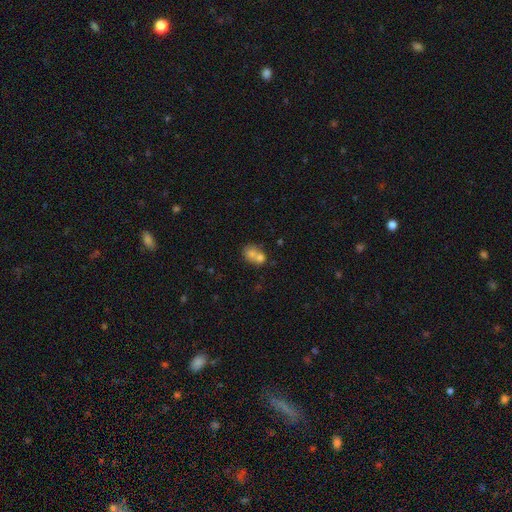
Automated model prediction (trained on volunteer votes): Smooth or featured: smooth — 72% (featured or disk — 18%)
How rounded: round — 59% (in between — 40%)
Merging: merger — 65% (none — 25%)